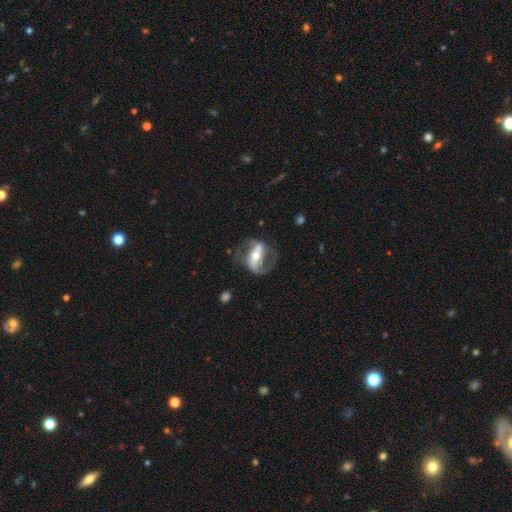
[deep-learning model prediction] This appears to be a featured or disk galaxy (84%) with a strong bar (59%), 2 (87%) medium (44%) spiral arms (90%) and a moderate central bulge (65%). Merging: none (66%).